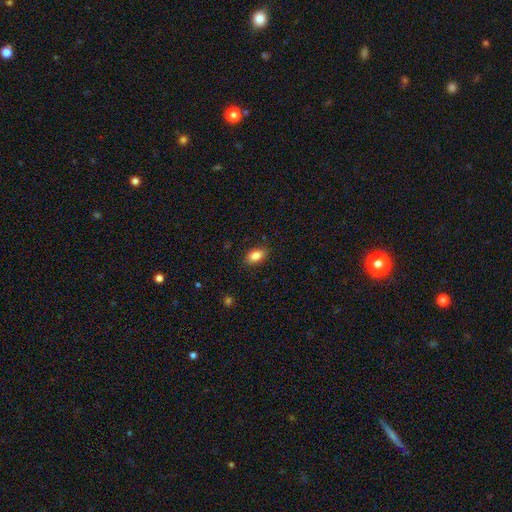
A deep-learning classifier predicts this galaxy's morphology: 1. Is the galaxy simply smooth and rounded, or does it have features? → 84% smooth, 8% star or artifact, 8% featured or disk.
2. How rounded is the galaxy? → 89% in between, 8% round, 3% cigar-shaped.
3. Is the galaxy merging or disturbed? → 86% none, 11% minor disturbance, 2% major disturbance, 1% merger.